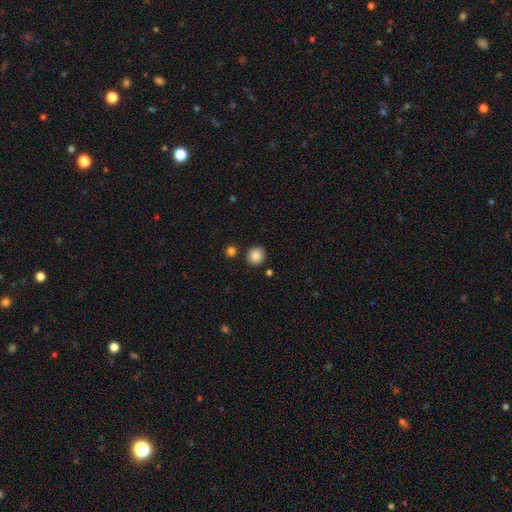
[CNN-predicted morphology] smooth-or-featured: smooth: 87% | star or artifact: 9% | featured or disk: 4%
  how-rounded: round: 90% | in between: 9% | cigar-shaped: 1%
  merging: none: 87% | minor disturbance: 7% | merger: 4% | major disturbance: 2%